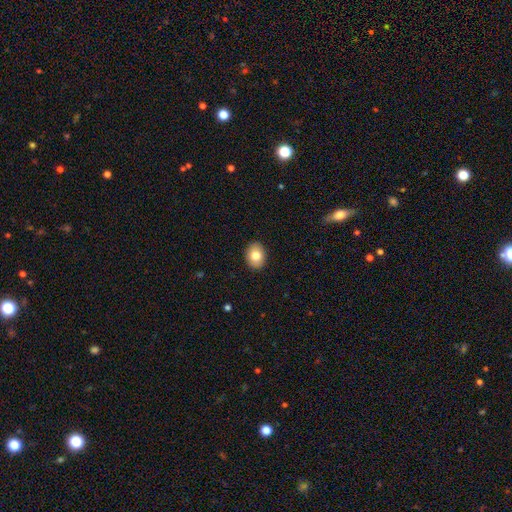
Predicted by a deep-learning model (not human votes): A smooth galaxy with no disk features (80%) that is in between round and cigar-shaped (59%). Merging: none (91%).